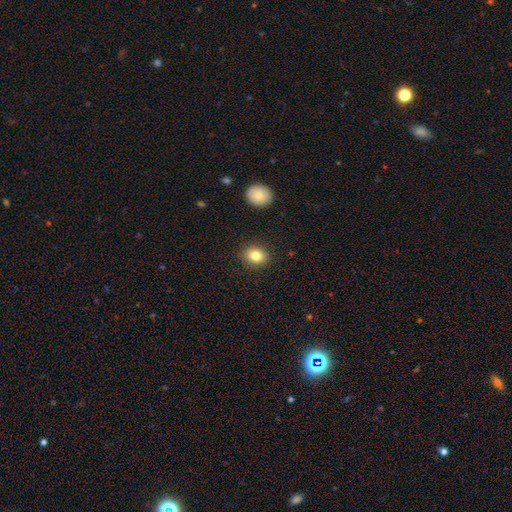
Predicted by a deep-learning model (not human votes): Smooth or featured?
  - smooth: 81% *
  - star or artifact: 10%
  - featured or disk: 10%
How rounded?
  - in between: 52% *
  - round: 47%
  - cigar-shaped: 1%
Merging?
  - none: 88% *
  - minor disturbance: 8%
  - major disturbance: 2%
  - merger: 2%